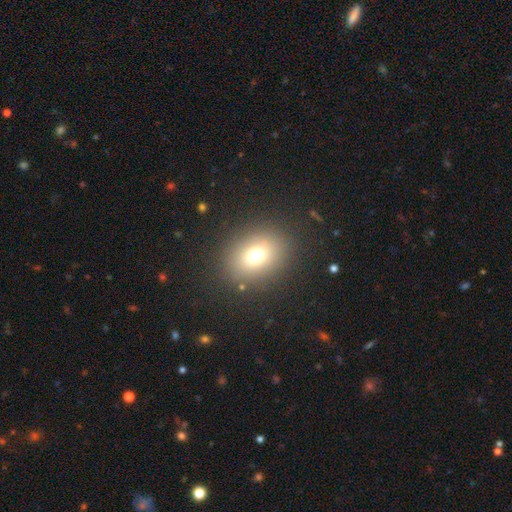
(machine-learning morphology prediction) Overall: smooth (72%). How rounded: round (51%; in between 48%). Merging: none (85%).